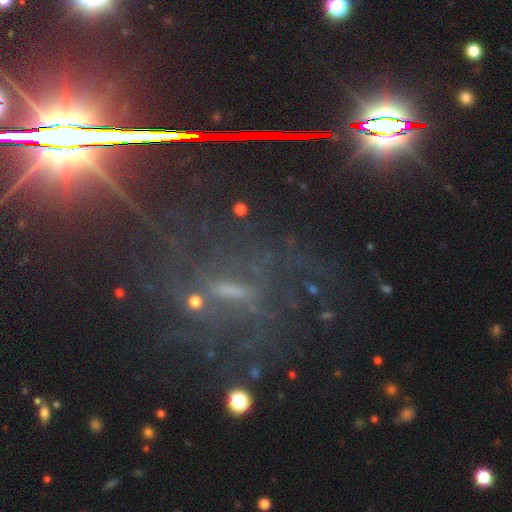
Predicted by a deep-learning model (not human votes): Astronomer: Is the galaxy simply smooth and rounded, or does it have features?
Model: star or artifact — 48% (runner-up: featured or disk, 37%).